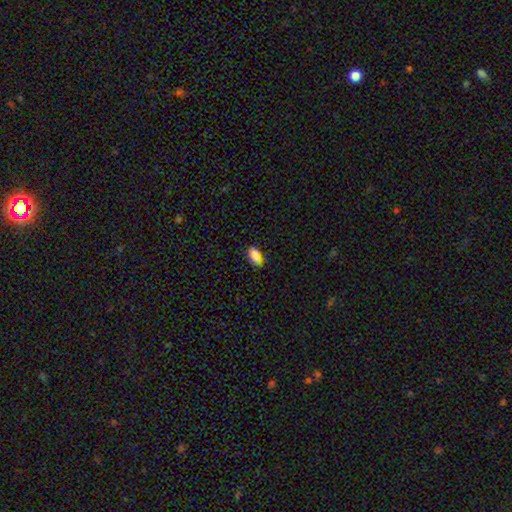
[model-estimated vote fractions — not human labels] This is clearly a smooth galaxy (84%). How rounded: clearly in between (86%). Merging: likely none (78%).